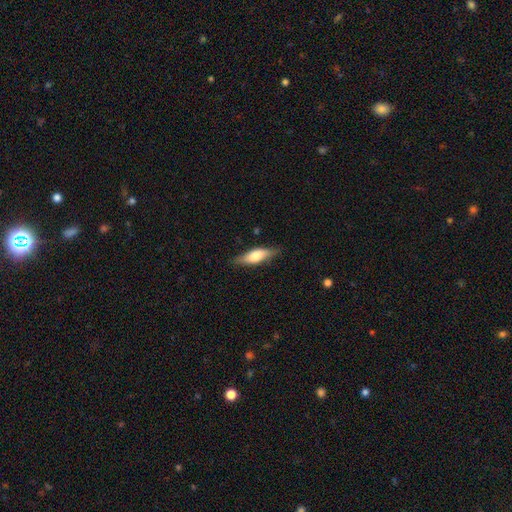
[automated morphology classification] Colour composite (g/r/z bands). It shows a smooth galaxy with no disk features (57%) that is in between round and cigar-shaped (51%). Merging: none (80%).